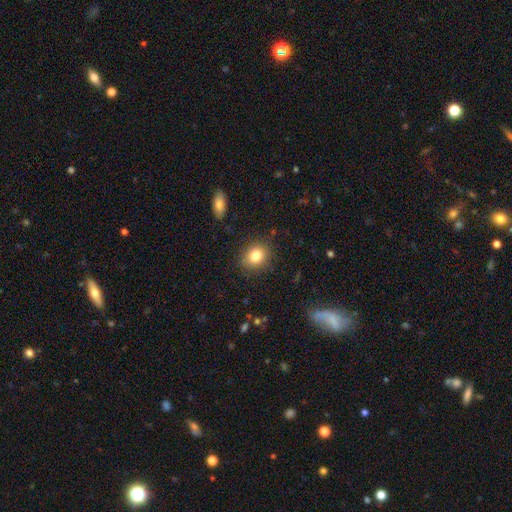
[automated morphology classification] type=smooth (83%); roundness=round (63%); merging=none (86%).